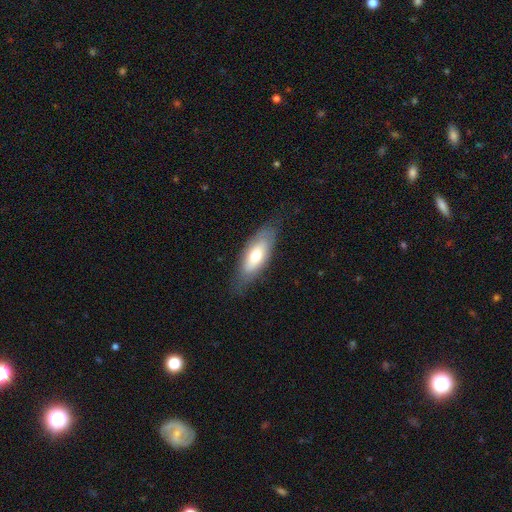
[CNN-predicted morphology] Smooth or featured?
  - smooth: 62% *
  - featured or disk: 32%
  - star or artifact: 6%
How rounded?
  - in between: 77% *
  - cigar-shaped: 20%
  - round: 2%
Merging?
  - none: 75% *
  - minor disturbance: 18%
  - major disturbance: 5%
  - merger: 1%